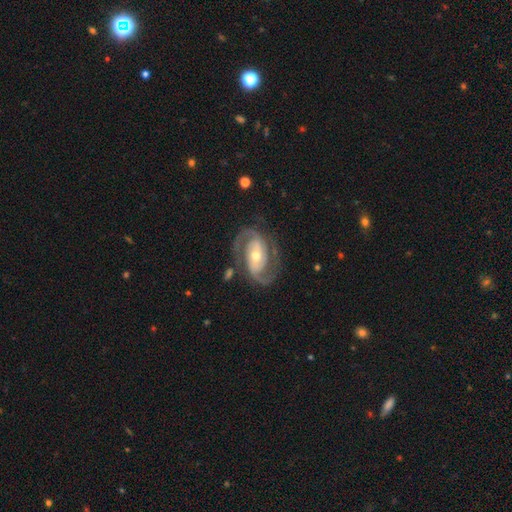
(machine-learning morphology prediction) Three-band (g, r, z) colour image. It shows a featured or disk galaxy (91%) with no bar (37%), 2 (92%) medium (50%) spiral arms (98%) and a moderate central bulge (63%). Merging: none (78%).